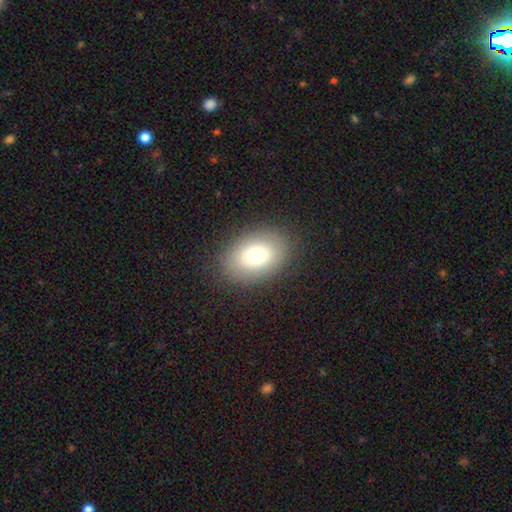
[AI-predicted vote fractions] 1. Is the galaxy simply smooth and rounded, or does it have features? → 78% smooth, 13% featured or disk, 9% star or artifact.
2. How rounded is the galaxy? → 84% in between, 15% round, 1% cigar-shaped.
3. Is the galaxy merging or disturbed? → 87% none, 9% minor disturbance, 3% major disturbance, 1% merger.